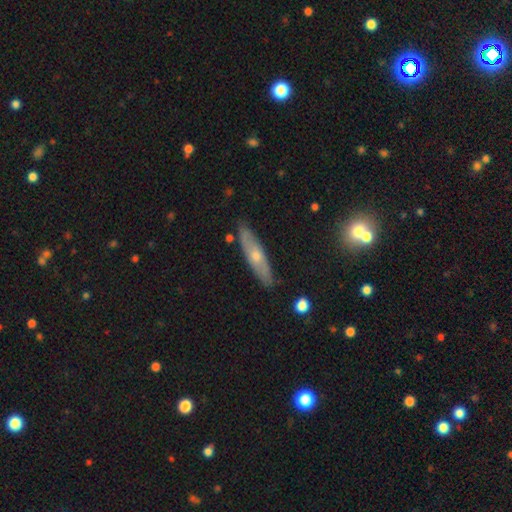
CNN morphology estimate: Q: Smooth or featured?
A: featured or disk (51%); runner-up: smooth (42%)
Q: Edge-on disk?
A: yes (65%); runner-up: no (35%)
Q: Merging?
A: none (86%); runner-up: minor disturbance (11%)